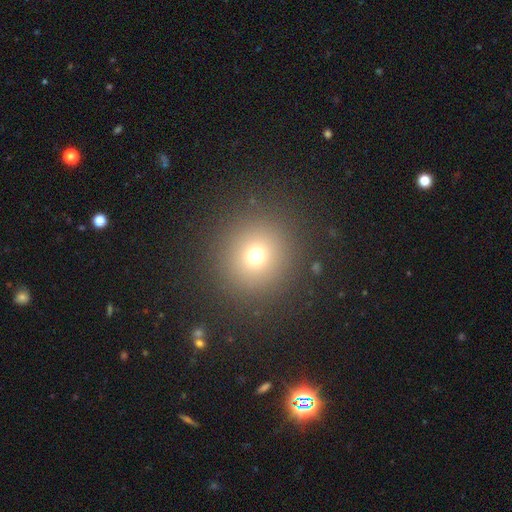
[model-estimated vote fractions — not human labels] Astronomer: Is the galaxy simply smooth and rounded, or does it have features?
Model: smooth — 71%.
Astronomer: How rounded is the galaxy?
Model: round — 93%.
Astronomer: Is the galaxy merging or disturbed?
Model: none — 89%.